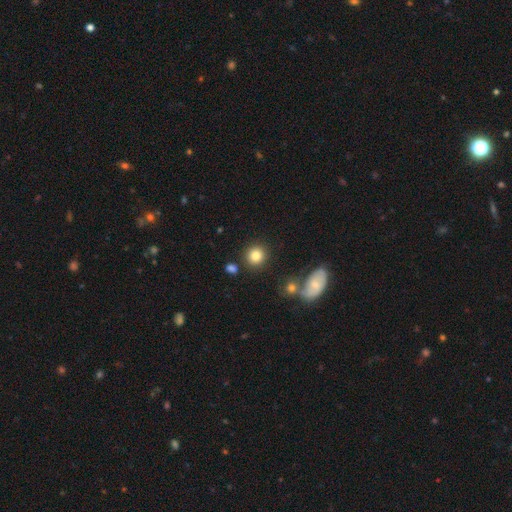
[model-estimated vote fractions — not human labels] Smooth or featured: smooth — 82% (star or artifact — 10%)
How rounded: round — 89% (in between — 10%)
Merging: none — 84% (minor disturbance — 8%)